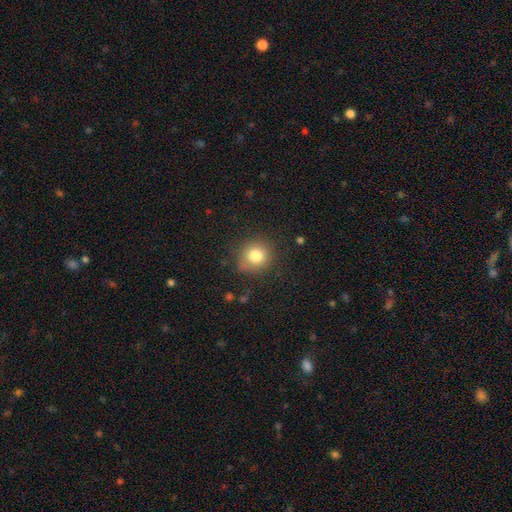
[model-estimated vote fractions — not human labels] smooth-or-featured: smooth: 82% | star or artifact: 11% | featured or disk: 8%
  how-rounded: round: 88% | in between: 11% | cigar-shaped: 1%
  merging: none: 81% | minor disturbance: 13% | major disturbance: 4% | merger: 2%